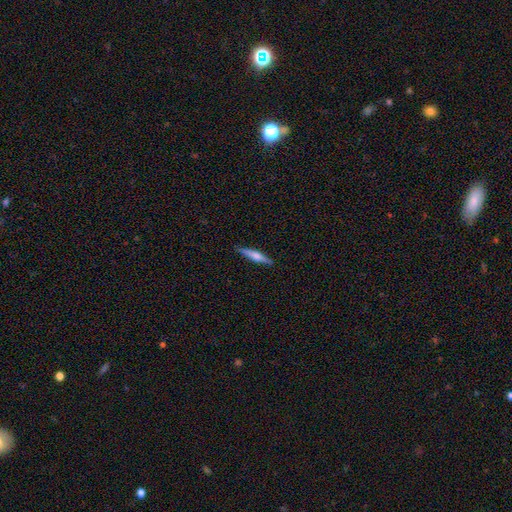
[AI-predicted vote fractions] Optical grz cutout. It shows a featured or disk galaxy (51%) viewed edge-on (96%). Merging: none (88%).